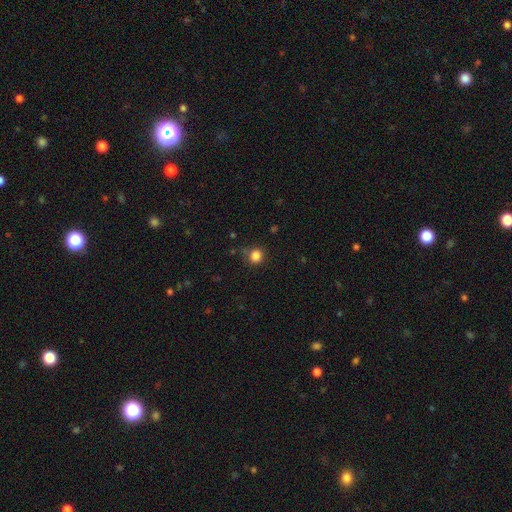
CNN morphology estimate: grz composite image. It shows a smooth galaxy with no disk features (84%) that is round (87%). Merging: none (75%).